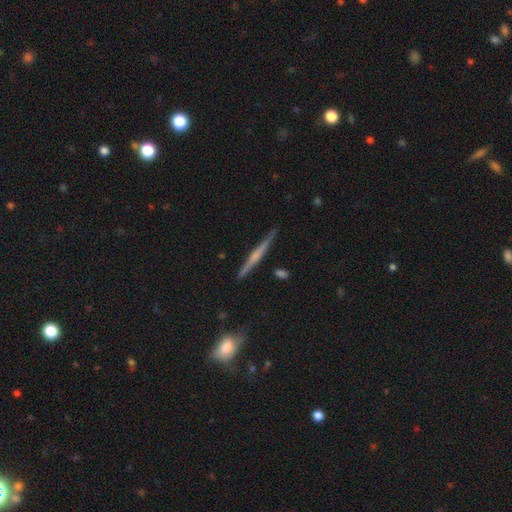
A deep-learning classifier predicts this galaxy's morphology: This appears to be a featured or disk galaxy (69%) viewed edge-on (98%) with a rounded central bulge (57%). Merging: none (88%).